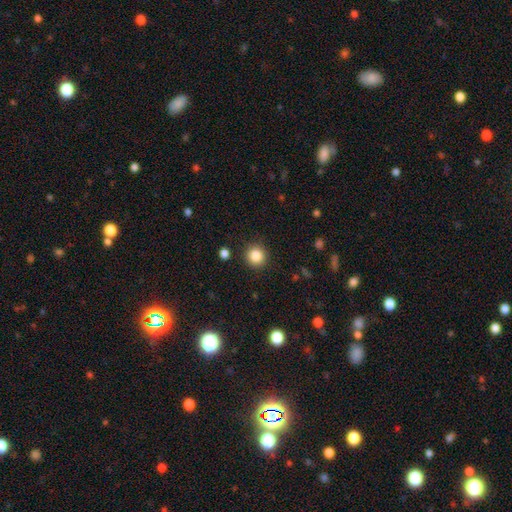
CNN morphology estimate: Smooth or featured? Predicted: smooth (p=0.85). How rounded? Predicted: round (p=0.93). Merging? Predicted: none (p=0.90).